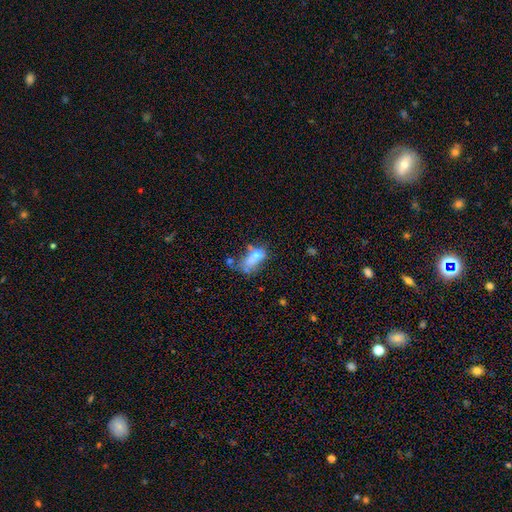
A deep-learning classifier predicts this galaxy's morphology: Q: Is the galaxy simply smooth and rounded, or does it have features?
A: smooth — 61%.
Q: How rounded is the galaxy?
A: in between — 78%.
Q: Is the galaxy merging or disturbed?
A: major disturbance — 33%.